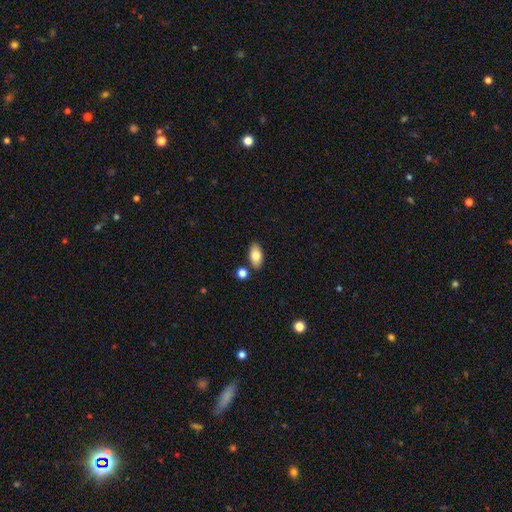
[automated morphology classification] A smooth galaxy with no disk features (81%) that is in between round and cigar-shaped (92%). Merging: none (82%).